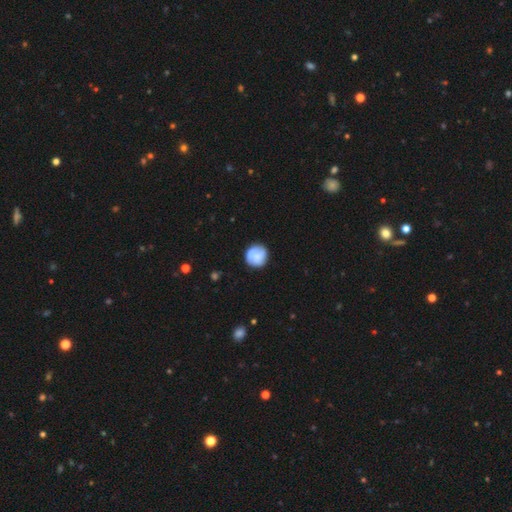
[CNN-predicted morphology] smooth-or-featured: smooth: 66% | featured or disk: 28% | star or artifact: 7%
  how-rounded: round: 89% | in between: 10% | cigar-shaped: 1%
  merging: none: 76% | minor disturbance: 17% | major disturbance: 5% | merger: 2%